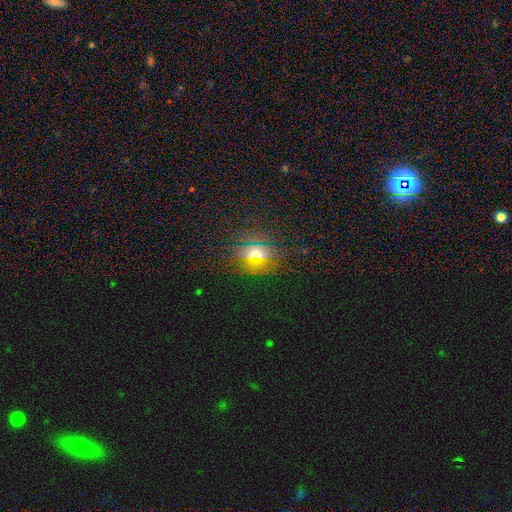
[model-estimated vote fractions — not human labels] A smooth galaxy with no disk features (53%) that is round (68%).

Vote fractions:
- Smooth or featured? smooth: 53% / star or artifact: 33% / featured or disk: 15%
- How rounded? round: 68% / in between: 29% / cigar-shaped: 3%
- Merging? none: 85% / minor disturbance: 9% / major disturbance: 4% / merger: 2%